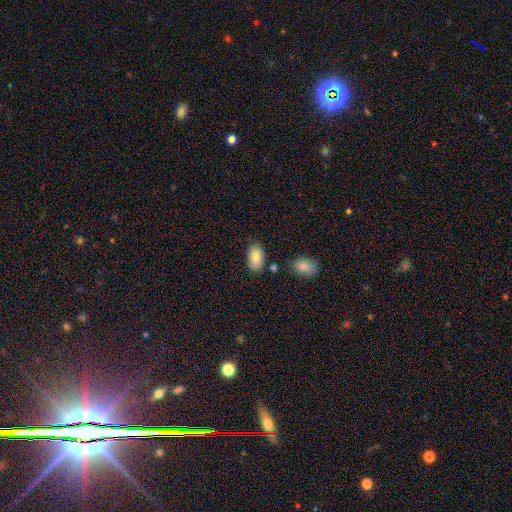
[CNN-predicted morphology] This appears to be a smooth galaxy with no disk features (84%) that is in between round and cigar-shaped (93%). Merging: none (75%).